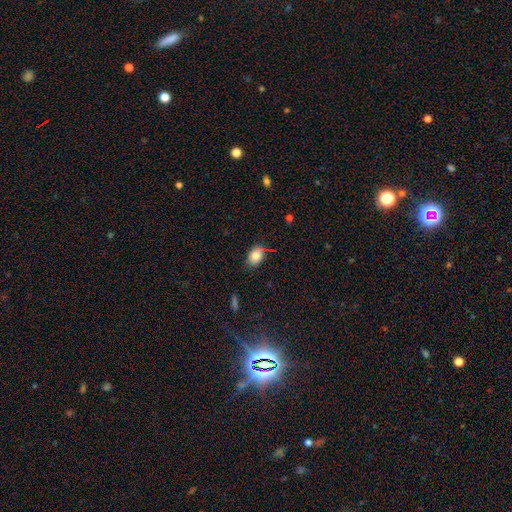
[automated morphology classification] Smooth or featured?
  - smooth: 79% *
  - featured or disk: 11%
  - star or artifact: 10%
How rounded?
  - in between: 75% *
  - round: 24%
  - cigar-shaped: 1%
Merging?
  - none: 72% *
  - minor disturbance: 20%
  - major disturbance: 4%
  - merger: 4%